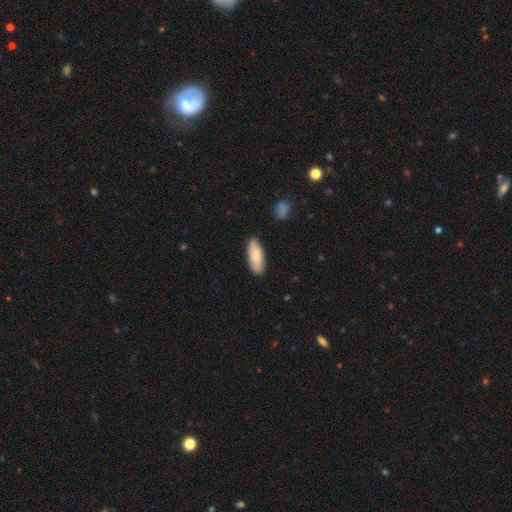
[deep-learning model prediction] smooth-or-featured: smooth: 77% | featured or disk: 17% | star or artifact: 5%
  how-rounded: in between: 74% | cigar-shaped: 24% | round: 2%
  merging: none: 85% | minor disturbance: 11% | major disturbance: 2% | merger: 2%